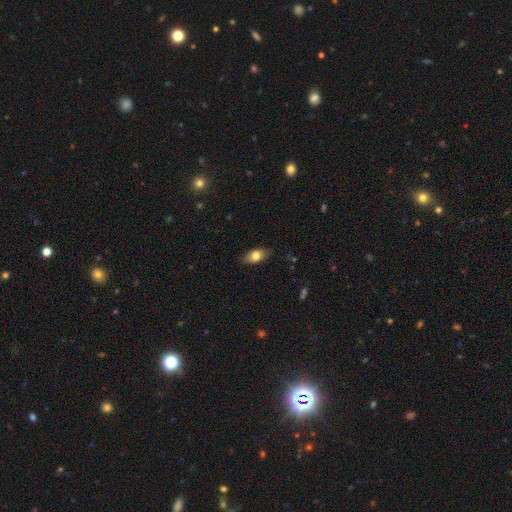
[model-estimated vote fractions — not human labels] A smooth galaxy with no disk features (76%) that is in between round and cigar-shaped (86%). Merging: none (82%).